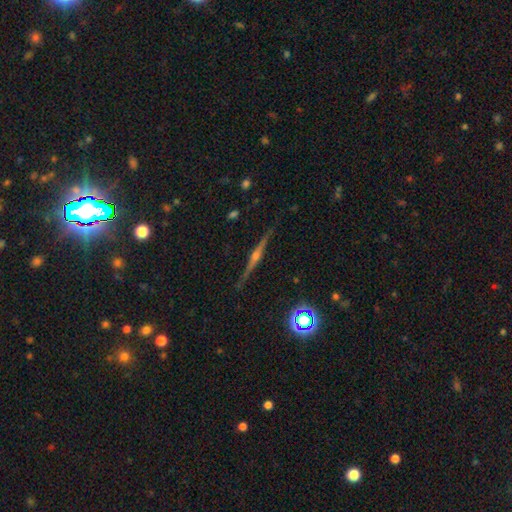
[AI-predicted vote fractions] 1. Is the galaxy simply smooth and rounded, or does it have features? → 81% featured or disk, 10% smooth, 9% star or artifact.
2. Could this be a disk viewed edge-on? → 98% yes, 2% no.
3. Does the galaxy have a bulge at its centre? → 86% rounded, 8% boxy, 6% none.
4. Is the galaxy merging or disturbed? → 89% none, 8% minor disturbance, 2% major disturbance, 1% merger.